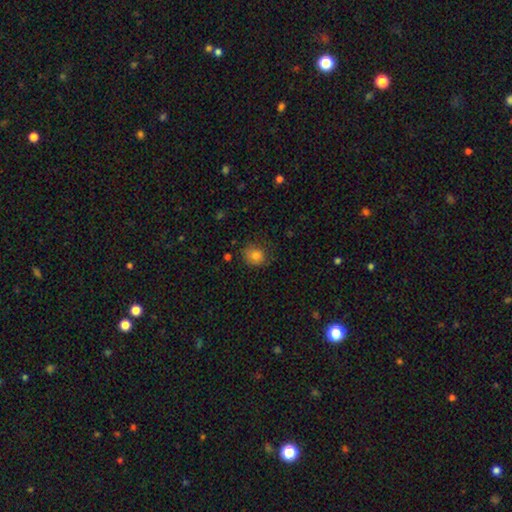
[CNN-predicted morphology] smooth-or-featured: smooth: 82% | star or artifact: 11% | featured or disk: 7%
  how-rounded: round: 72% | in between: 27% | cigar-shaped: 1%
  merging: none: 77% | minor disturbance: 17% | major disturbance: 4% | merger: 2%